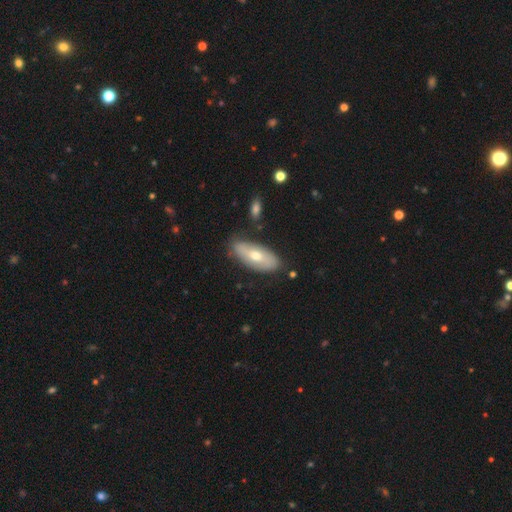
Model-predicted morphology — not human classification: A smooth galaxy with no disk features (53%) that is in between round and cigar-shaped (82%). Merging: none (78%).